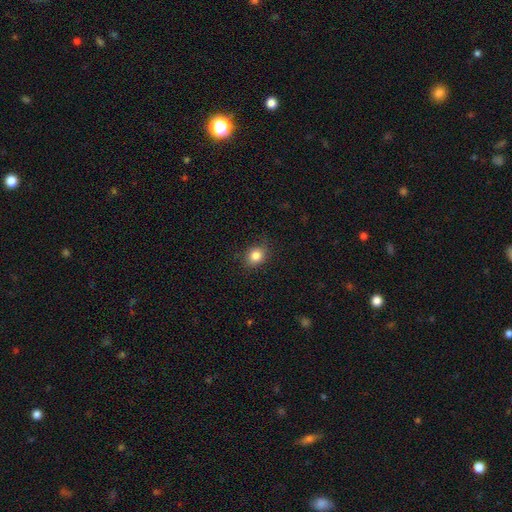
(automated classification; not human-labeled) A smooth galaxy with no disk features (84%) that is round (57%). Merging: none (80%).